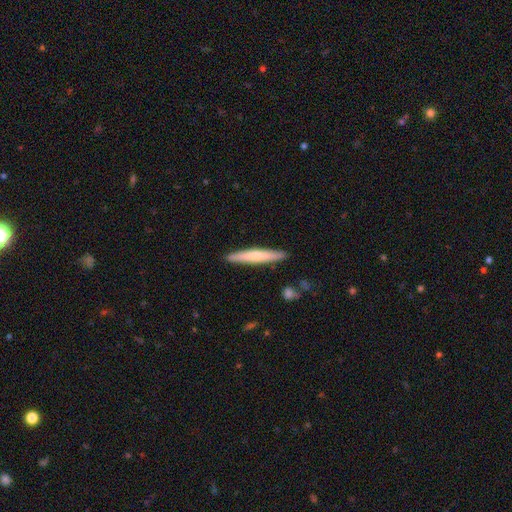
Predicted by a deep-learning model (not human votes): smooth_or_featured: smooth (p=0.61) [alt: featured or disk p=0.33]
how_rounded: cigar-shaped (p=0.94) [alt: in between p=0.05]
merging: none (p=0.89) [alt: minor disturbance p=0.08]